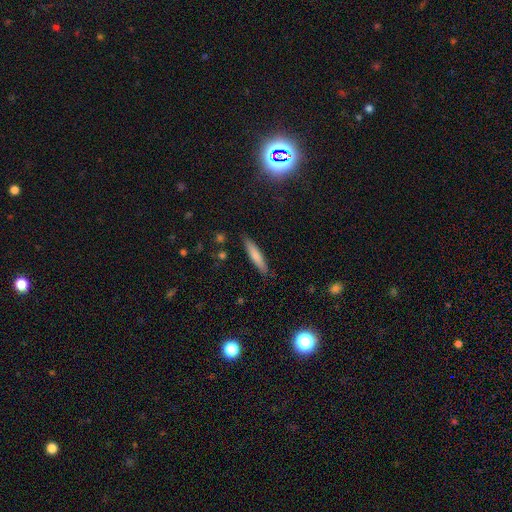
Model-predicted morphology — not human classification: Smooth or featured? smooth (75%)
How rounded? cigar-shaped (87%)
Merging? none (88%)